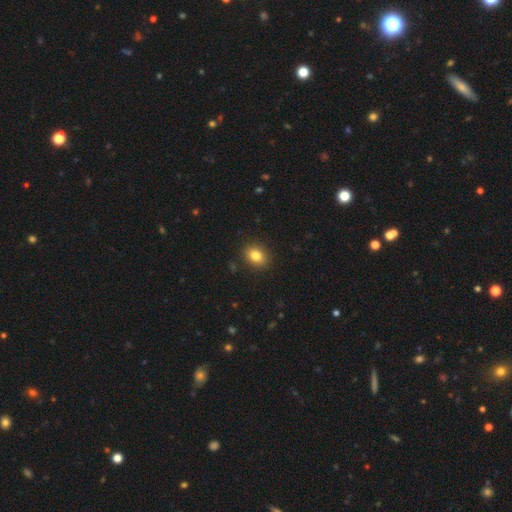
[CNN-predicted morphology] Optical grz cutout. It shows a smooth galaxy with no disk features (84%) that is in between round and cigar-shaped (58%). Merging: none (89%).